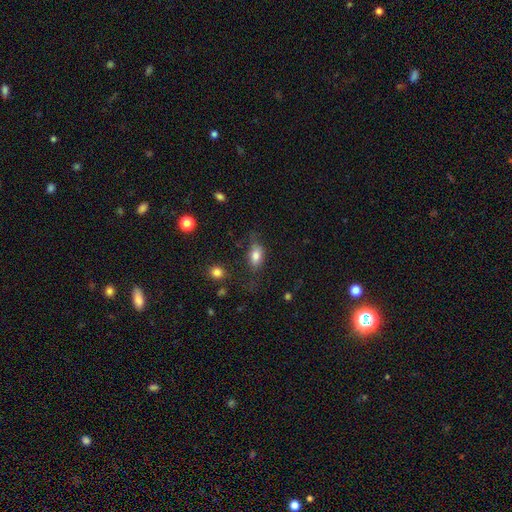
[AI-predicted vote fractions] This is likely a smooth galaxy (78%). How rounded: clearly in between (86%). Merging: possibly none (58%).